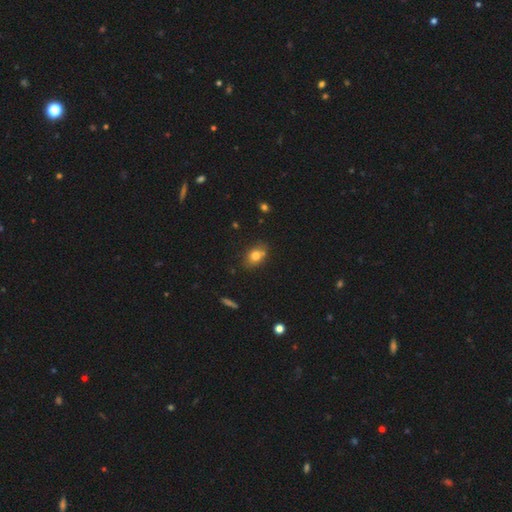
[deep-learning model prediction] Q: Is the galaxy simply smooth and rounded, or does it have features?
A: smooth — 74%.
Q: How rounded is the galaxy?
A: in between — 60%.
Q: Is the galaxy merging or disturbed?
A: none — 71%.